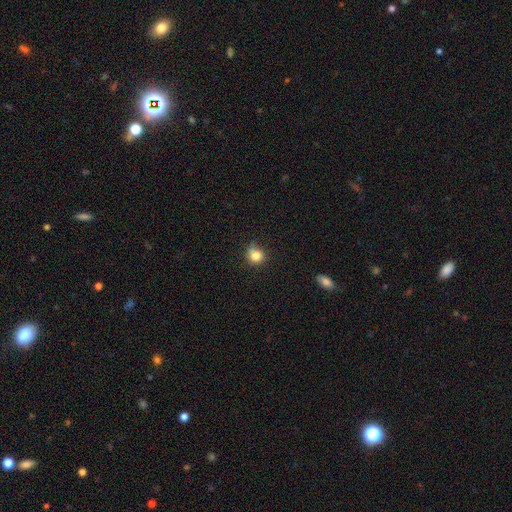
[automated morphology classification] type=smooth (82%); roundness=round (83%); merging=none (63%).